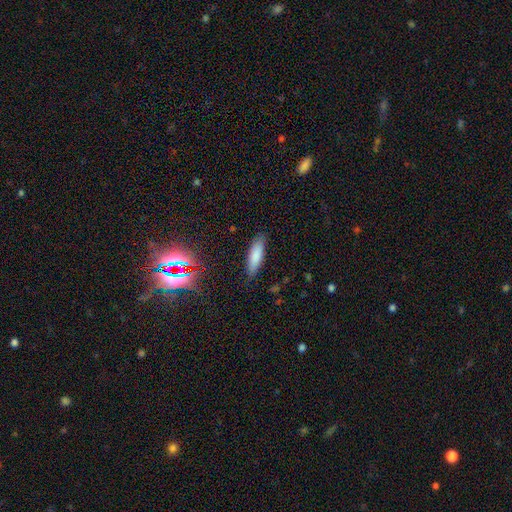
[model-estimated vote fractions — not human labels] smooth_or_featured: smooth (p=0.81) [alt: featured or disk p=0.10]
how_rounded: cigar-shaped (p=0.53) [alt: in between p=0.46]
merging: none (p=0.86) [alt: minor disturbance p=0.11]